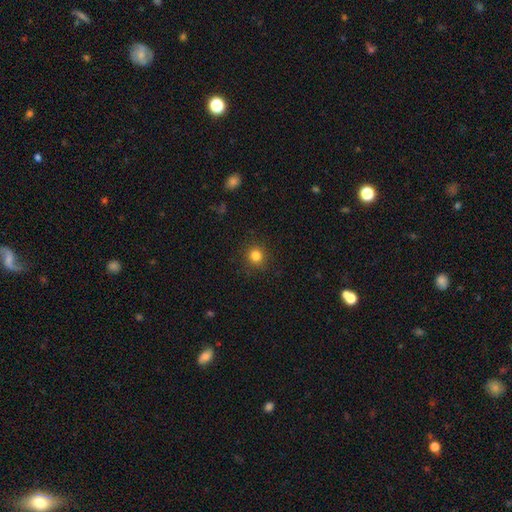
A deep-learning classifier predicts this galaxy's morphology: Smooth or featured: smooth — 83% (star or artifact — 13%)
How rounded: round — 91% (in between — 8%)
Merging: none — 90% (minor disturbance — 7%)